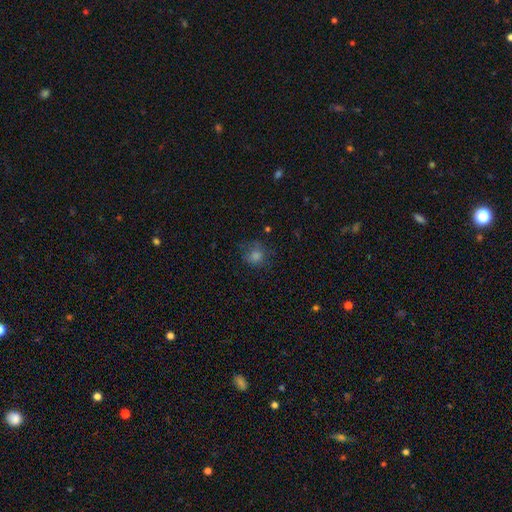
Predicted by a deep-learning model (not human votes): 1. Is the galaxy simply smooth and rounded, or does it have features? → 67% smooth, 21% star or artifact, 12% featured or disk.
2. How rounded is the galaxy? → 83% round, 16% in between, 1% cigar-shaped.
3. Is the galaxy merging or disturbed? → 70% none, 19% minor disturbance, 10% major disturbance, 2% merger.